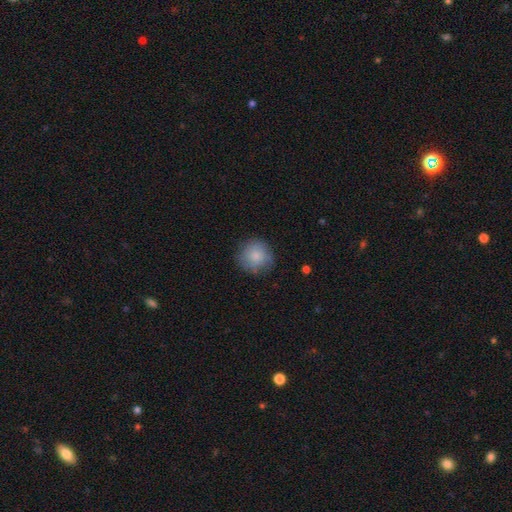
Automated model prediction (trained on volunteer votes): This appears to be a smooth galaxy with no disk features (83%) that is round (92%). Merging: none (80%).